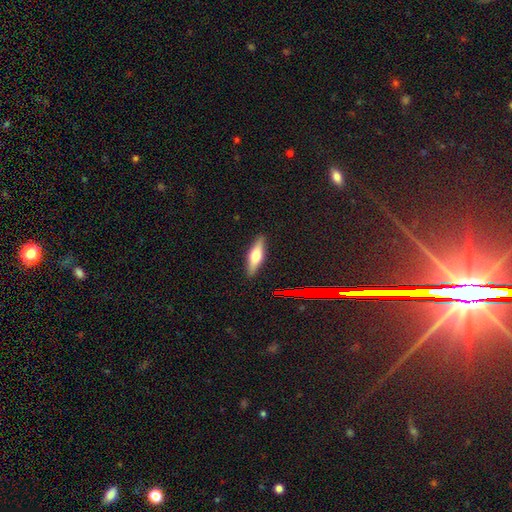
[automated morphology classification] smooth_or_featured: smooth (p=0.50) [alt: featured or disk p=0.42]
how_rounded: cigar-shaped (p=0.59) [alt: in between p=0.38]
merging: none (p=0.89) [alt: minor disturbance p=0.08]